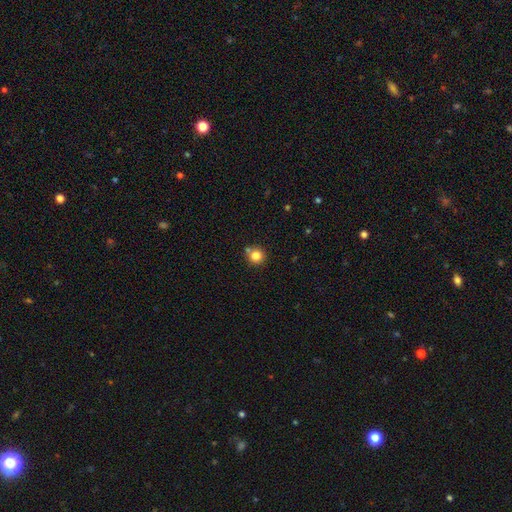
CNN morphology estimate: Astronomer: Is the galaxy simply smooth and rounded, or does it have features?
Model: smooth — 82%.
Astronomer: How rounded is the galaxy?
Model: round — 92%.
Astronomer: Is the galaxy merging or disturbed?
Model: none — 73%.